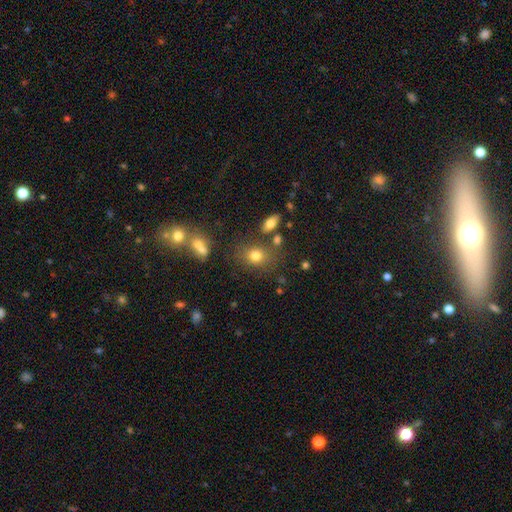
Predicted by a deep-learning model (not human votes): Smooth or featured? Predicted: smooth (p=0.76). How rounded? Predicted: round (p=0.53). Merging? Predicted: none (p=0.73).